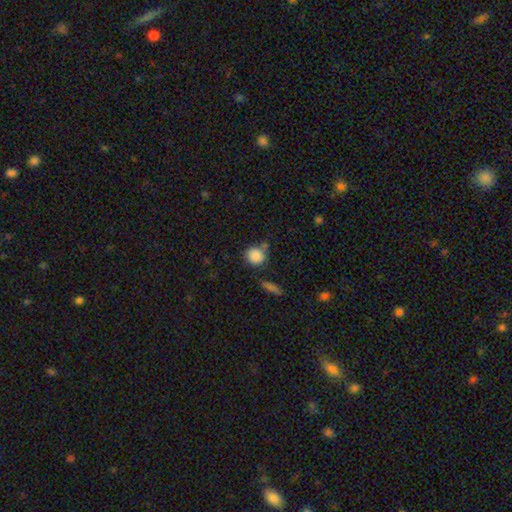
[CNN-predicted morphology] Smooth or featured: smooth — 87% (star or artifact — 9%)
How rounded: round — 84% (in between — 14%)
Merging: none — 67% (minor disturbance — 16%)